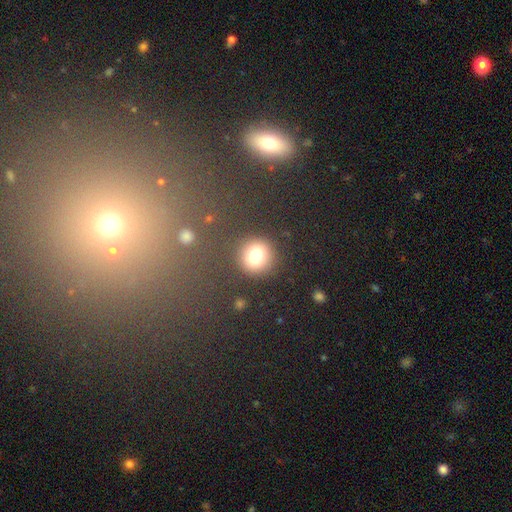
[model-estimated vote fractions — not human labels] smooth 77%, star or artifact 14%, featured or disk 9%. Down the decision tree: how rounded — round (84%); merging — none (85%).